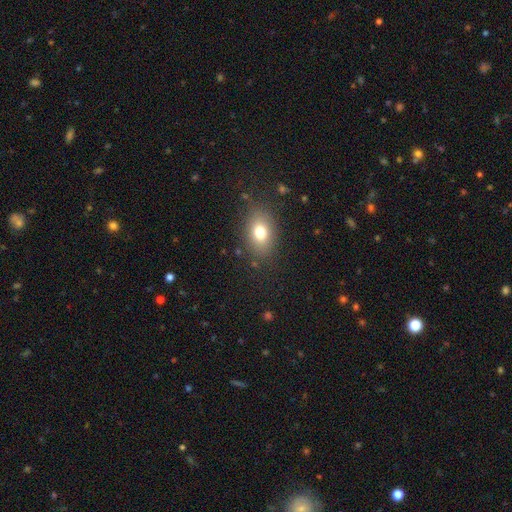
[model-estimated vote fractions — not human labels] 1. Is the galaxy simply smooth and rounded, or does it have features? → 68% smooth, 22% star or artifact, 10% featured or disk.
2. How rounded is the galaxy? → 69% in between, 29% round, 2% cigar-shaped.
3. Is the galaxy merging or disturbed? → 87% none, 9% minor disturbance, 3% major disturbance, 1% merger.